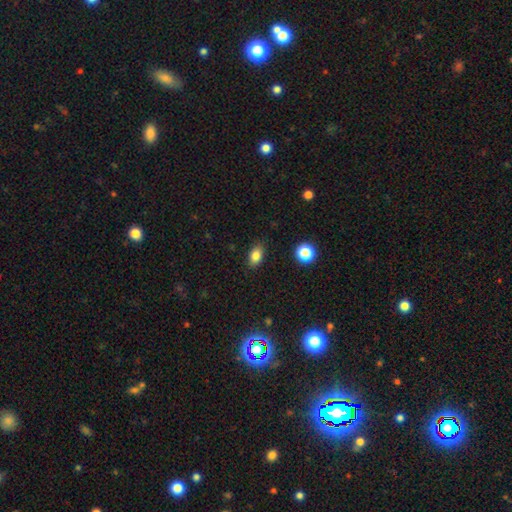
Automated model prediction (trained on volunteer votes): Smooth or featured? smooth (82%)
How rounded? in between (84%)
Merging? none (86%)